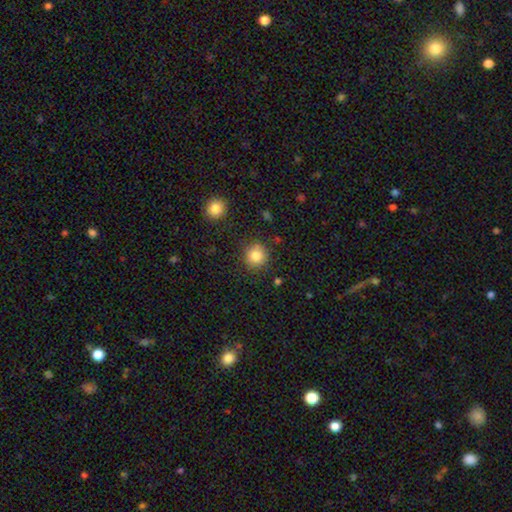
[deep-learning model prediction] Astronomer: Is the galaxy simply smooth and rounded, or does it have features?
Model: smooth — 85%.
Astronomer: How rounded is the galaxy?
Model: round — 90%.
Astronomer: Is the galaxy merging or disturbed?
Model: none — 86%.